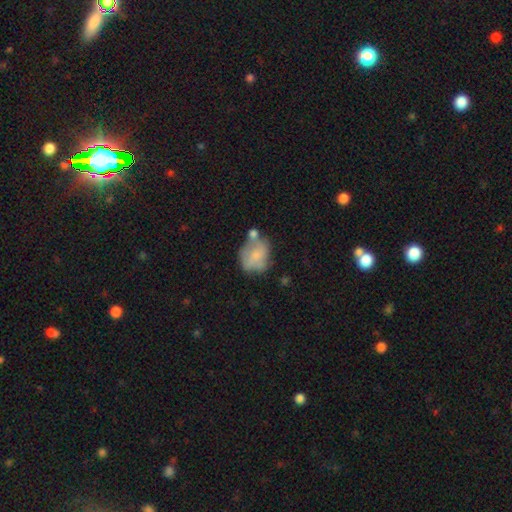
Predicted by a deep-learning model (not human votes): smooth_or_featured: smooth (p=0.64) [alt: featured or disk p=0.28]
how_rounded: round (p=0.55) [alt: in between p=0.44]
merging: none (p=0.38) [alt: minor disturbance p=0.26]